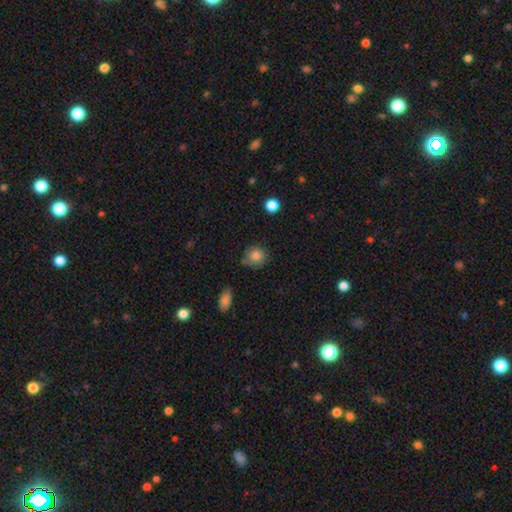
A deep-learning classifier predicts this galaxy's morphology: smooth-or-featured: smooth: 85% | star or artifact: 9% | featured or disk: 6%
  how-rounded: round: 87% | in between: 12% | cigar-shaped: 1%
  merging: none: 75% | minor disturbance: 16% | merger: 5% | major disturbance: 4%